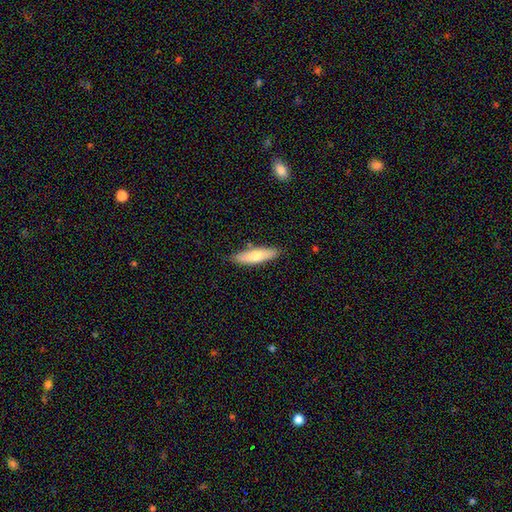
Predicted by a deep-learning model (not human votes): smooth-or-featured: smooth: 68% | featured or disk: 26% | star or artifact: 6%
  how-rounded: cigar-shaped: 67% | in between: 32% | round: 2%
  merging: none: 83% | minor disturbance: 13% | major disturbance: 2% | merger: 2%